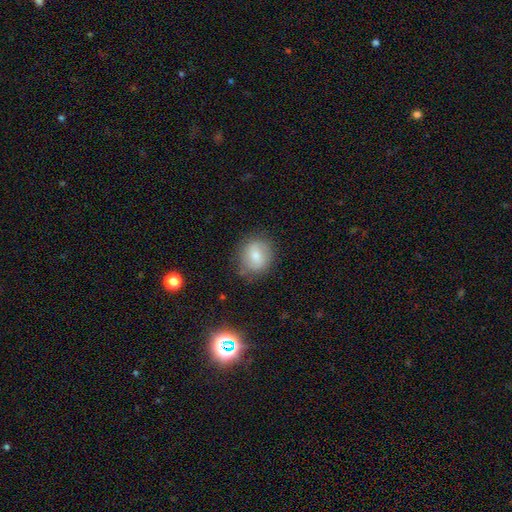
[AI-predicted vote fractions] smooth-or-featured: smooth: 72% | featured or disk: 20% | star or artifact: 9%
  how-rounded: round: 74% | in between: 25% | cigar-shaped: 1%
  merging: none: 77% | minor disturbance: 16% | major disturbance: 5% | merger: 2%